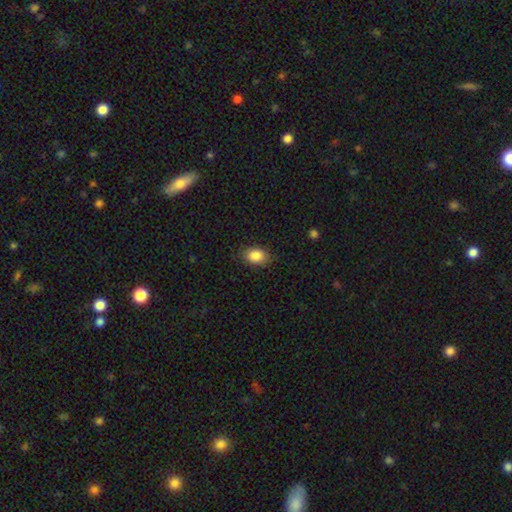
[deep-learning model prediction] A smooth galaxy with no disk features (86%) that is in between round and cigar-shaped (78%).

Vote fractions:
- Smooth or featured? smooth: 86% / star or artifact: 8% / featured or disk: 5%
- How rounded? in between: 78% / round: 20% / cigar-shaped: 1%
- Merging? none: 85% / minor disturbance: 11% / major disturbance: 3% / merger: 1%